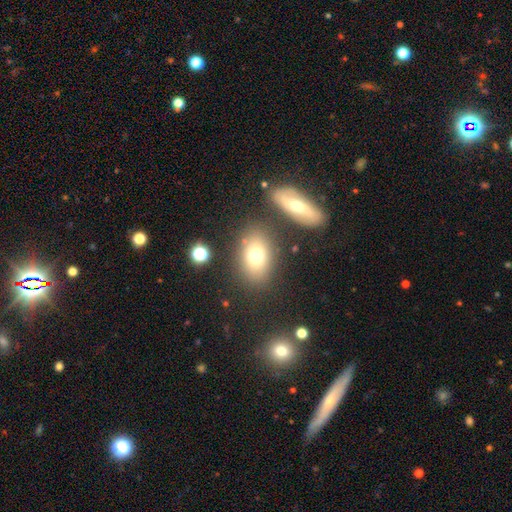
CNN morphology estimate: Smooth or featured?
  - smooth: 73% *
  - featured or disk: 16%
  - star or artifact: 11%
How rounded?
  - in between: 77% *
  - round: 21%
  - cigar-shaped: 2%
Merging?
  - none: 76% *
  - minor disturbance: 11%
  - merger: 9%
  - major disturbance: 4%